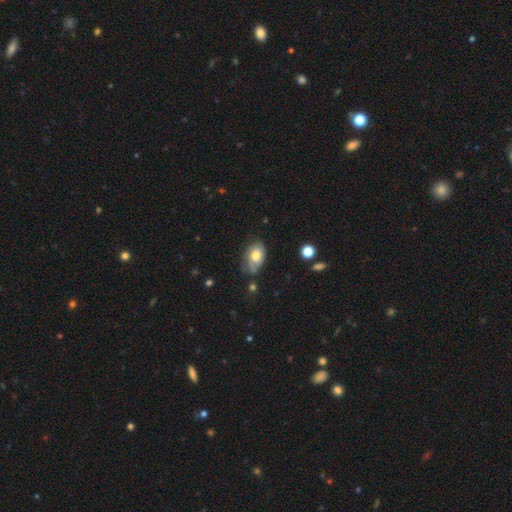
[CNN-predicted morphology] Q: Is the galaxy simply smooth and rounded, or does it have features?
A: smooth — 66%.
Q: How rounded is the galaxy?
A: in between — 86%.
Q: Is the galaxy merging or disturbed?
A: none — 49%.